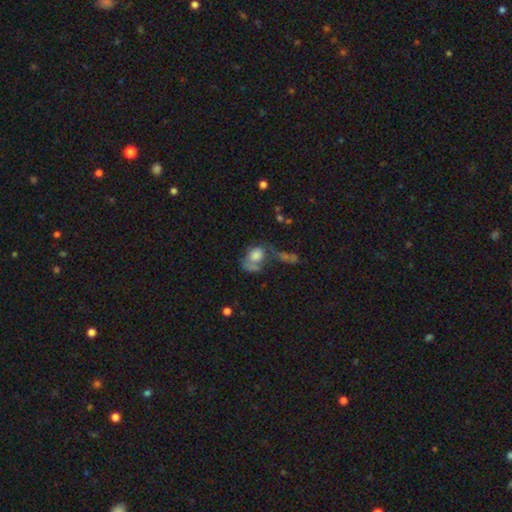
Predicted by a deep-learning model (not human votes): Q: Smooth or featured?
A: smooth (63%); runner-up: featured or disk (24%)
Q: How rounded?
A: in between (58%); runner-up: round (40%)
Q: Merging?
A: merger (31%); runner-up: none (28%)